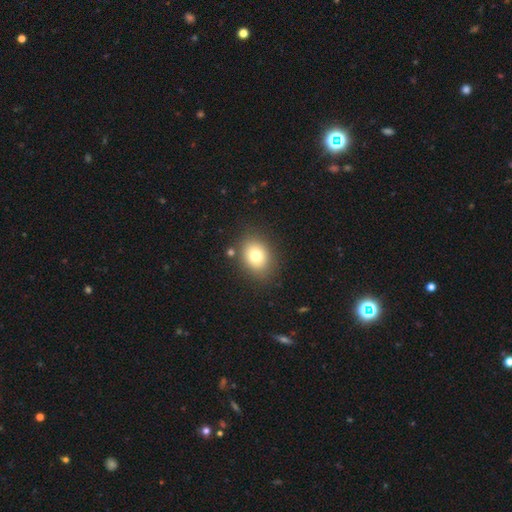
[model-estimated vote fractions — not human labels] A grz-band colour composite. It shows a smooth galaxy with no disk features (76%) that is in between round and cigar-shaped (54%). Merging: none (82%).